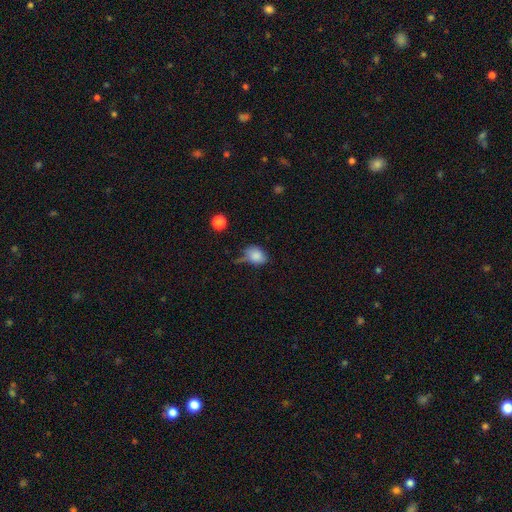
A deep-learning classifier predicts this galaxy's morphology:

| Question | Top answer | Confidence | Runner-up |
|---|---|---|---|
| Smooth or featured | smooth | 83% | star or artifact (10%) |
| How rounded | in between | 70% | round (29%) |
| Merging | none | 44% | minor disturbance (33%) |